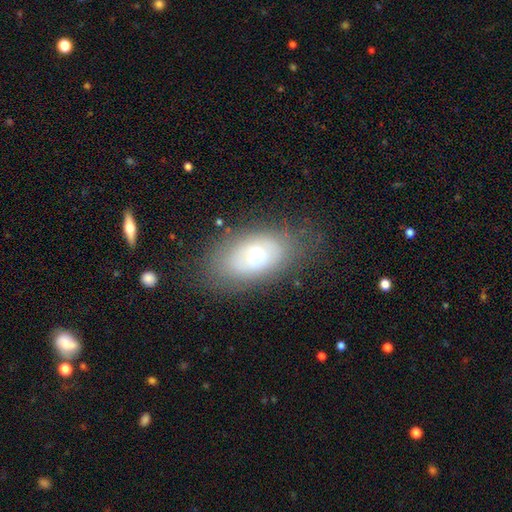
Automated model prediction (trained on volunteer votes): Smooth or featured? smooth (58%)
How rounded? in between (86%)
Merging? none (74%)